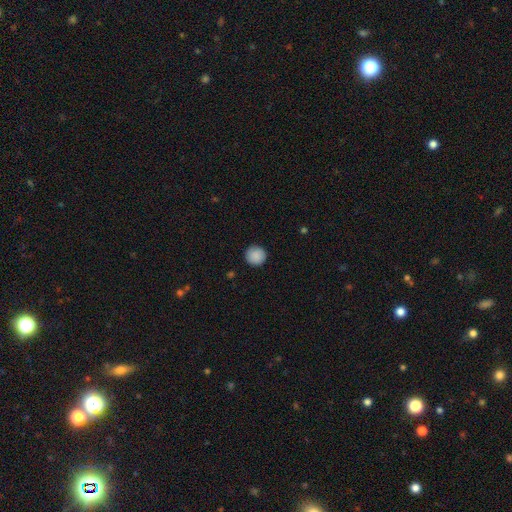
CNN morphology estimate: Q: Smooth or featured?
A: smooth (89%); runner-up: star or artifact (8%)
Q: How rounded?
A: round (95%); runner-up: in between (4%)
Q: Merging?
A: none (91%); runner-up: minor disturbance (6%)